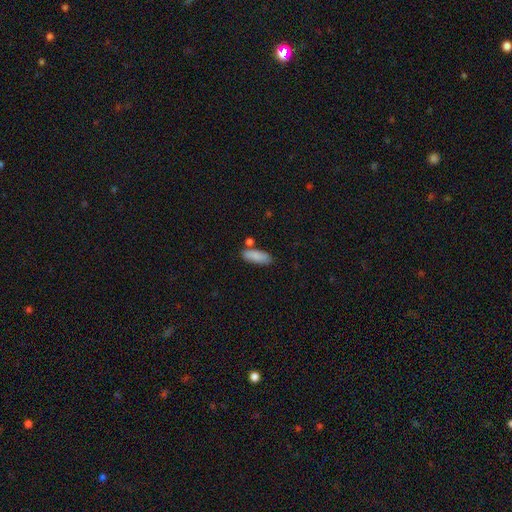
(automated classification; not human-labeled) Smooth or featured: smooth — 86% (featured or disk — 7%)
How rounded: in between — 70% (cigar-shaped — 28%)
Merging: none — 73% (minor disturbance — 14%)